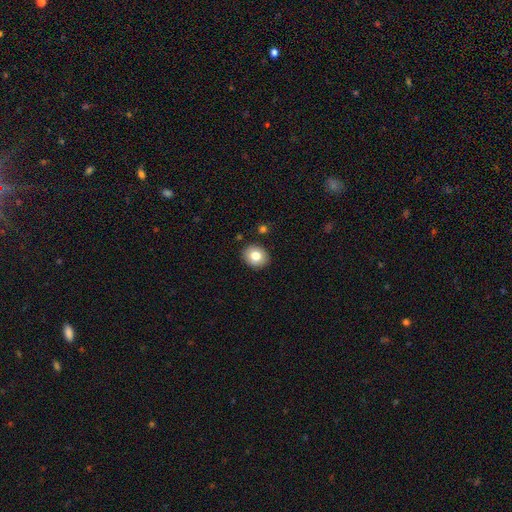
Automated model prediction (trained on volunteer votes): A smooth galaxy with no disk features (80%) that is round (67%).

Vote fractions:
- Smooth or featured? smooth: 80% / featured or disk: 12% / star or artifact: 9%
- How rounded? round: 67% / in between: 33% / cigar-shaped: 1%
- Merging? none: 89% / minor disturbance: 7% / major disturbance: 2% / merger: 2%